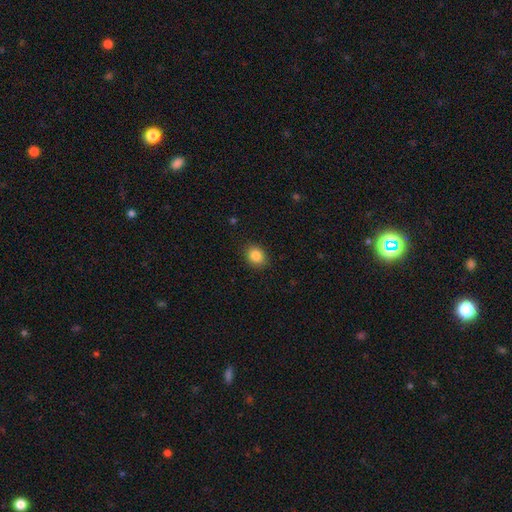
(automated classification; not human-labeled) Smooth or featured?
  - smooth: 85% *
  - star or artifact: 10%
  - featured or disk: 5%
How rounded?
  - round: 57% *
  - in between: 42%
  - cigar-shaped: 1%
Merging?
  - none: 87% *
  - minor disturbance: 10%
  - major disturbance: 2%
  - merger: 1%